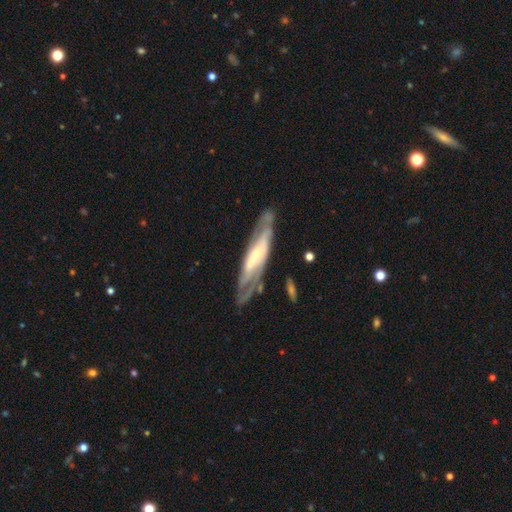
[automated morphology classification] Smooth or featured?
  - featured or disk: 77% *
  - smooth: 17%
  - star or artifact: 6%
Edge-on disk?
  - no: 63% *
  - yes: 37%
Merging?
  - none: 68% *
  - minor disturbance: 19%
  - major disturbance: 10%
  - merger: 4%